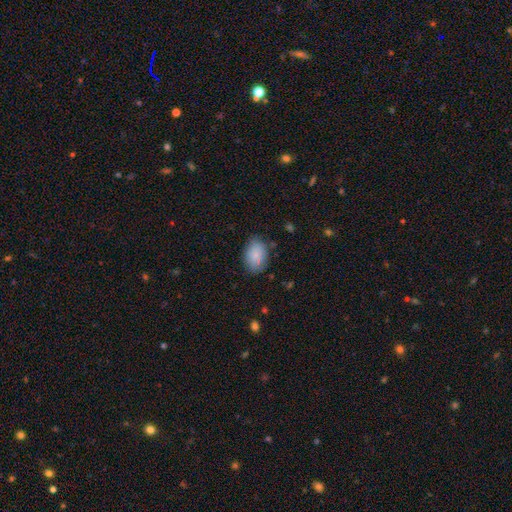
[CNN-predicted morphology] Overall: smooth (83%). How rounded: in between (84%). Merging: none (78%).